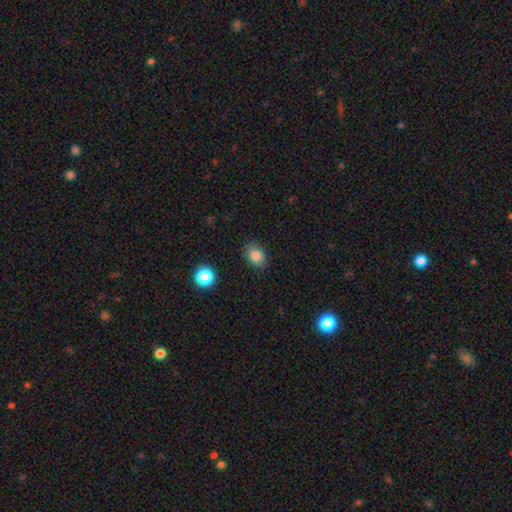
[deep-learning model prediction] Smooth or featured?
  - smooth: 85% *
  - star or artifact: 10%
  - featured or disk: 6%
How rounded?
  - in between: 68% *
  - round: 31%
  - cigar-shaped: 1%
Merging?
  - none: 84% *
  - minor disturbance: 11%
  - major disturbance: 3%
  - merger: 1%